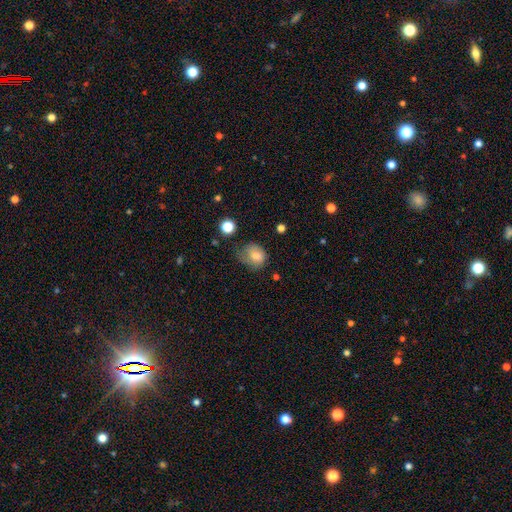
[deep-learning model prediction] smooth 75%, featured or disk 15%, star or artifact 10%. Down the decision tree: how rounded — round (54%); merging — none (38%).